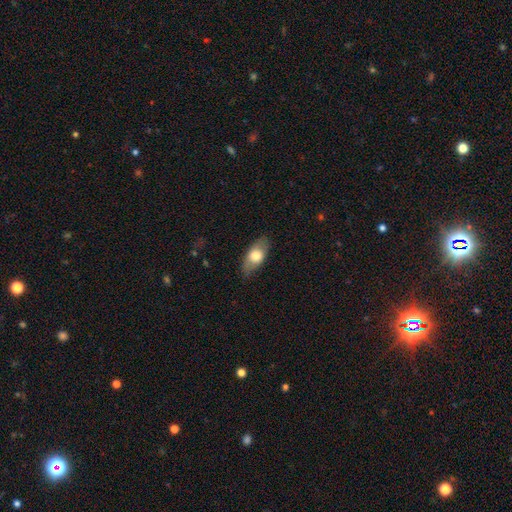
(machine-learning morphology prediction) The model was most divided on "smooth or featured": smooth: 68%, featured or disk: 26%, star or artifact: 6%. More confident: how rounded — in between (87%); merging — none (81%).